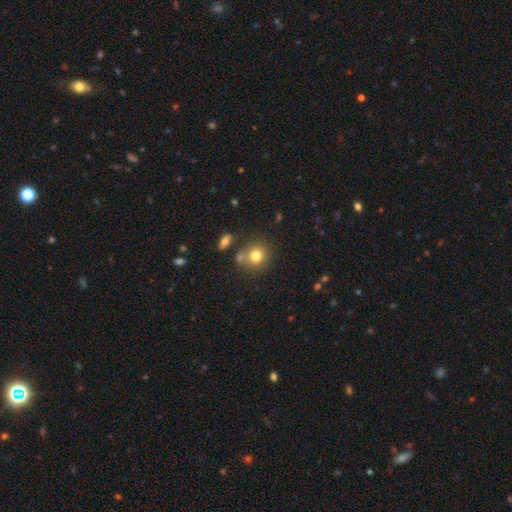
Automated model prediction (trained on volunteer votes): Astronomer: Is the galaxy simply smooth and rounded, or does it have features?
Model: smooth — 78%.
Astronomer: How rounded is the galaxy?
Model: round — 84%.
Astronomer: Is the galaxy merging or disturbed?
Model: none — 69%.